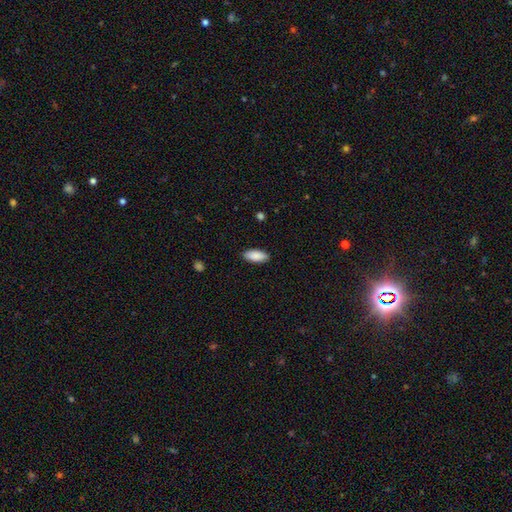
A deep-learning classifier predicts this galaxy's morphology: This is clearly a smooth galaxy (89%). How rounded: clearly in between (86%). Merging: clearly none (89%).